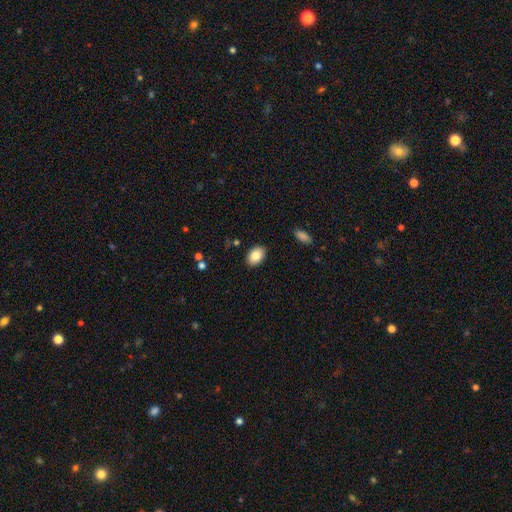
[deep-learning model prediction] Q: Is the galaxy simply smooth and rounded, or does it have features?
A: smooth — 84%.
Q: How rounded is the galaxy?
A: in between — 88%.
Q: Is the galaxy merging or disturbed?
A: none — 88%.